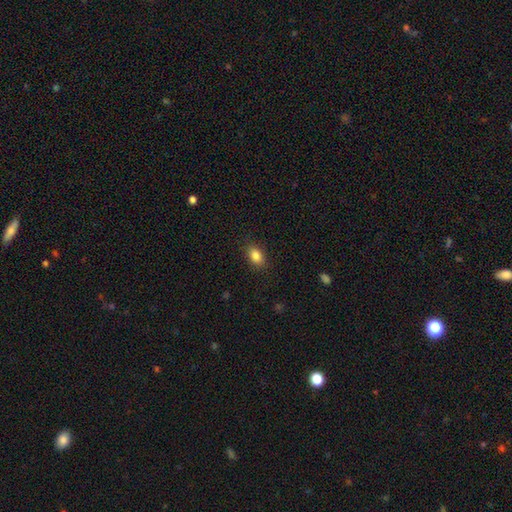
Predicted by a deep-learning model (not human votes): smooth-or-featured: smooth: 85% | star or artifact: 9% | featured or disk: 6%
  how-rounded: in between: 82% | round: 17% | cigar-shaped: 2%
  merging: none: 87% | minor disturbance: 10% | major disturbance: 3% | merger: 1%